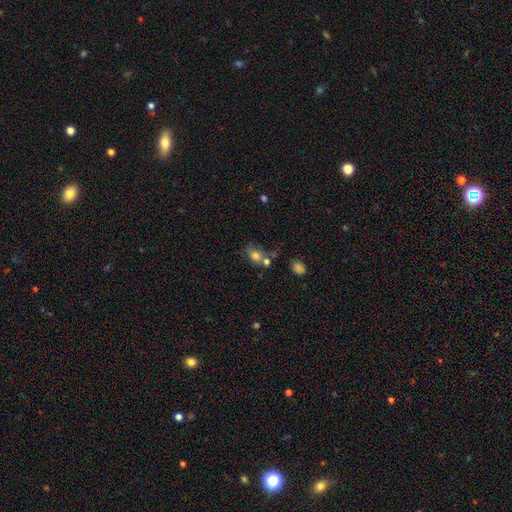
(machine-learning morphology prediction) Smooth or featured? Predicted: smooth (p=0.74). How rounded? Predicted: in between (p=0.67). Merging? Predicted: none (p=0.43).